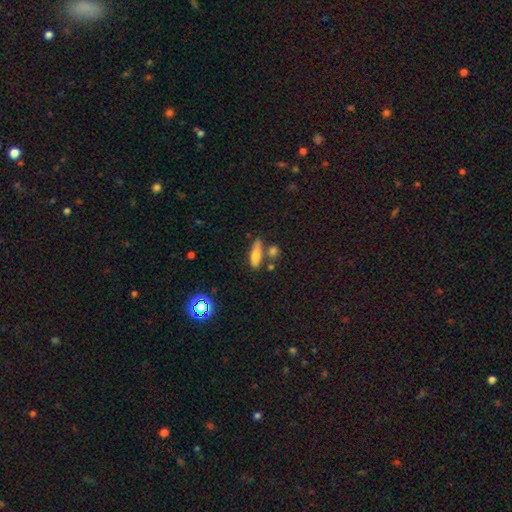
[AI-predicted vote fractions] Smooth or featured?
  - smooth: 68% *
  - featured or disk: 22%
  - star or artifact: 10%
How rounded?
  - cigar-shaped: 50% *
  - in between: 46%
  - round: 4%
Merging?
  - none: 59% *
  - merger: 18%
  - minor disturbance: 17%
  - major disturbance: 6%